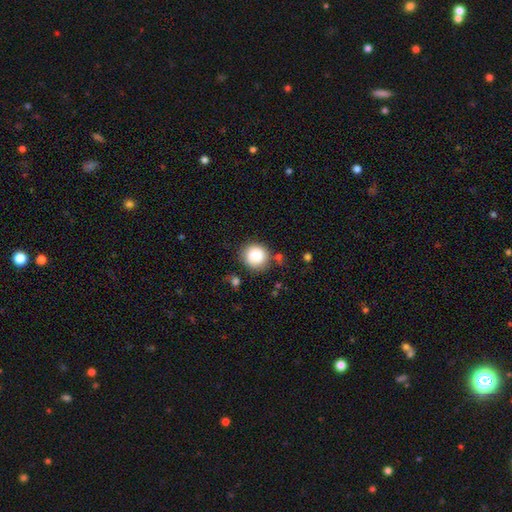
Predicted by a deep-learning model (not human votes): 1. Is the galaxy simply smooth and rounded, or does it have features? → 86% smooth, 9% star or artifact, 6% featured or disk.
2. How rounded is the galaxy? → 91% round, 8% in between, 1% cigar-shaped.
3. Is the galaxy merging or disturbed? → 79% none, 13% minor disturbance, 5% merger, 4% major disturbance.